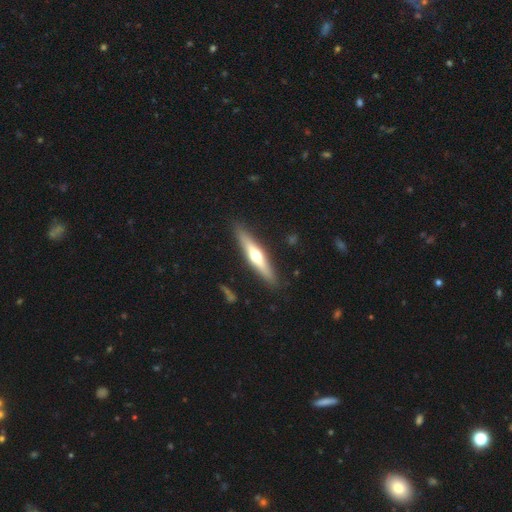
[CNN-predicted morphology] smooth-or-featured: featured or disk: 58% | smooth: 37% | star or artifact: 5%
  disk-edge-on: yes: 93% | no: 7%
    edge-on-bulge: rounded: 91% | none: 6% | boxy: 3%
  merging: none: 89% | minor disturbance: 8% | major disturbance: 2% | merger: 1%